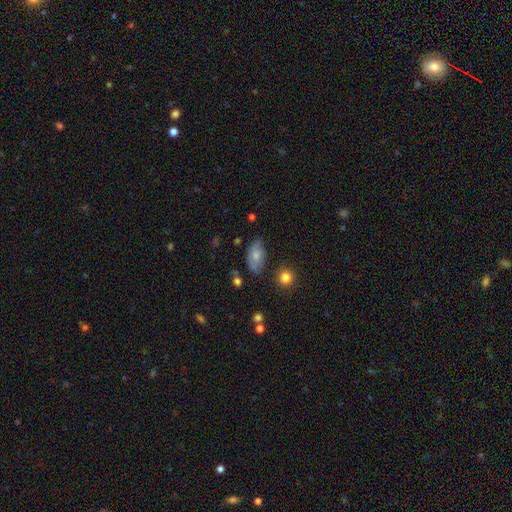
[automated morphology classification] The model was most divided on "merging": none: 62%, minor disturbance: 28%, major disturbance: 7%, merger: 3%. More confident: how rounded — in between (91%); smooth or featured — smooth (66%).